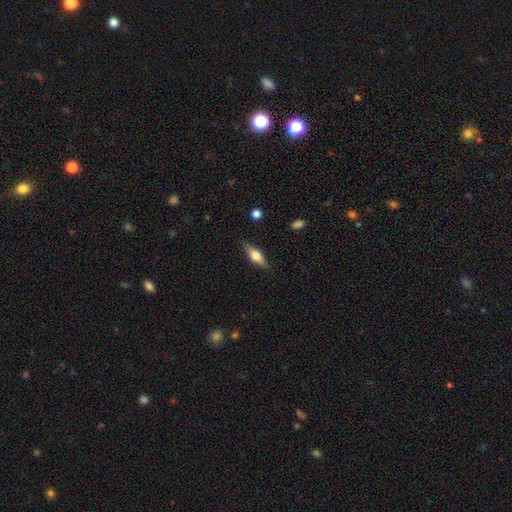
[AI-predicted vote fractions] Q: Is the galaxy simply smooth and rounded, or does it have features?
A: smooth — 57%.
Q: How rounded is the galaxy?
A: in between — 54%.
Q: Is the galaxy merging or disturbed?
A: none — 84%.